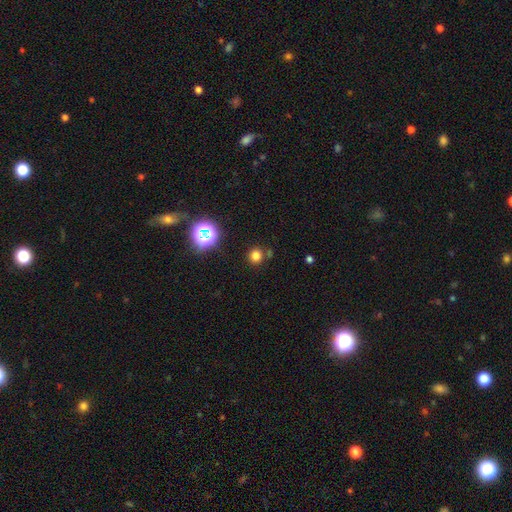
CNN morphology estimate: Smooth or featured?
  - smooth: 74% *
  - star or artifact: 21%
  - featured or disk: 5%
How rounded?
  - round: 91% *
  - in between: 8%
  - cigar-shaped: 1%
Merging?
  - none: 81% *
  - merger: 8%
  - minor disturbance: 8%
  - major disturbance: 3%